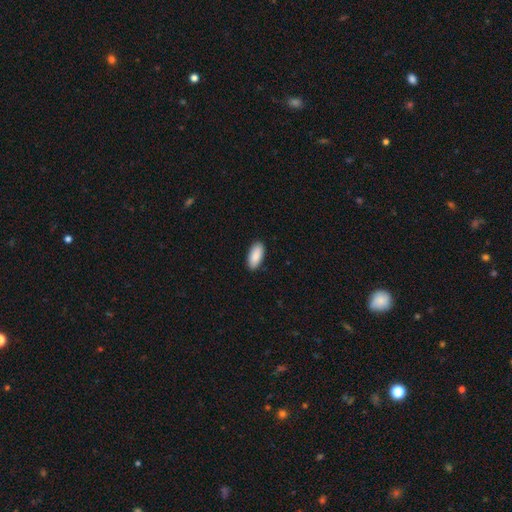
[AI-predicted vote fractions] Smooth or featured?
  - smooth: 90% *
  - star or artifact: 6%
  - featured or disk: 4%
How rounded?
  - in between: 89% *
  - cigar-shaped: 9%
  - round: 2%
Merging?
  - none: 89% *
  - minor disturbance: 8%
  - major disturbance: 2%
  - merger: 1%